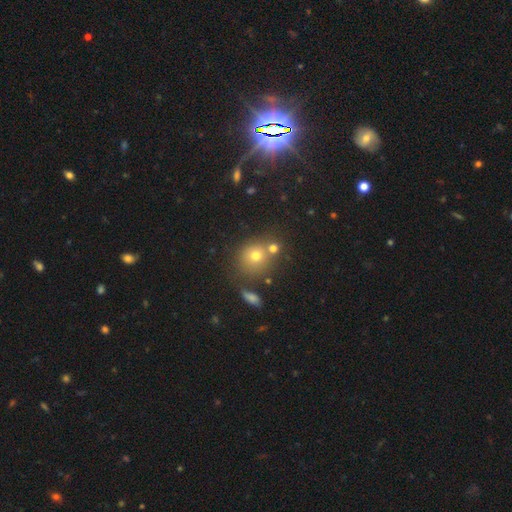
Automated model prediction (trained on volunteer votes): Smooth or featured? Predicted: smooth (p=0.70). How rounded? Predicted: round (p=0.84). Merging? Predicted: none (p=0.61).